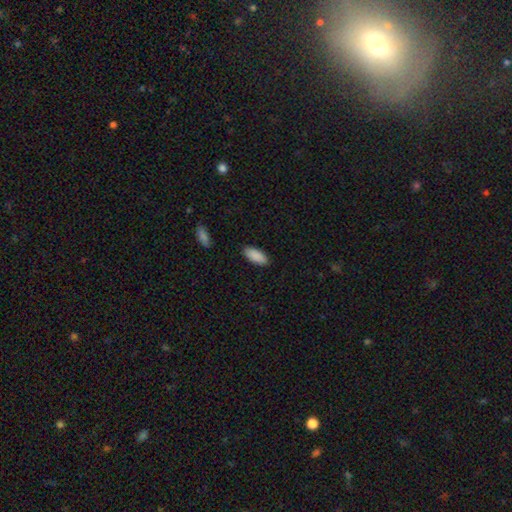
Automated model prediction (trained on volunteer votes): Morphology: type=smooth (90%); roundness=in between (86%); merging=none (88%).